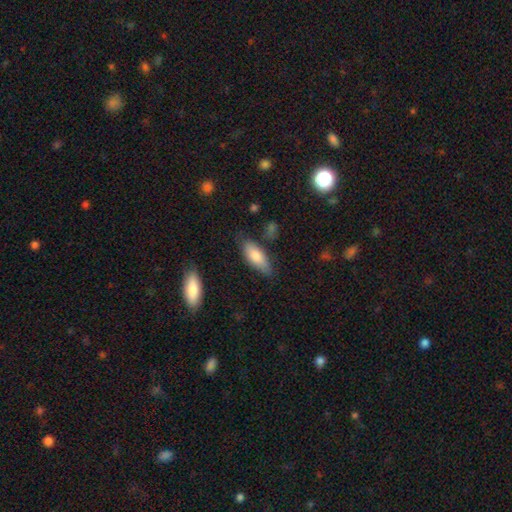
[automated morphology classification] This is likely a smooth galaxy (79%). How rounded: likely in between (72%). Merging: likely none (73%).